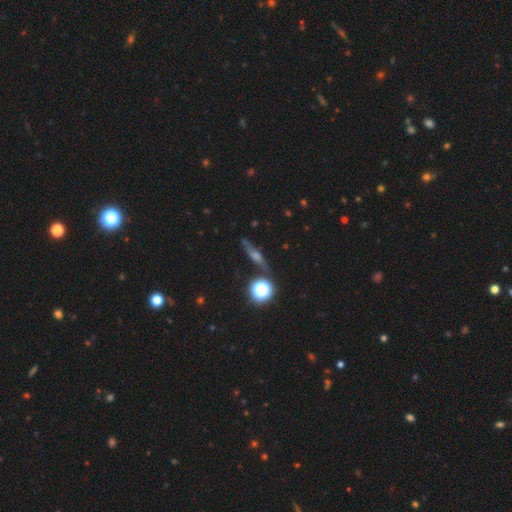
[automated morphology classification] Q: Smooth or featured?
A: featured or disk (55%); runner-up: smooth (23%)
Q: Edge-on disk?
A: yes (83%); runner-up: no (17%)
Q: Merging?
A: none (81%); runner-up: minor disturbance (10%)